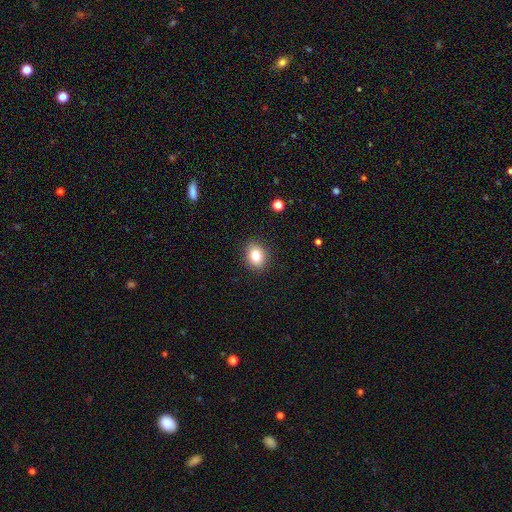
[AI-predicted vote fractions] This is likely a smooth galaxy (80%). How rounded: possibly round (53%). Merging: clearly none (89%).